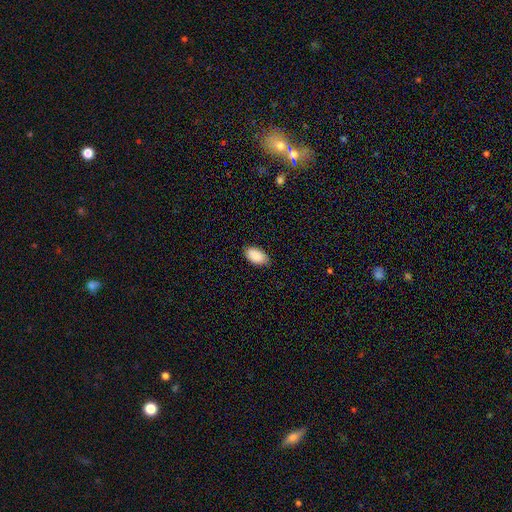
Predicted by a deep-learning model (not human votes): The model was most divided on "merging": none: 80%, minor disturbance: 16%, major disturbance: 3%, merger: 1%. More confident: how rounded — in between (95%); smooth or featured — smooth (89%).